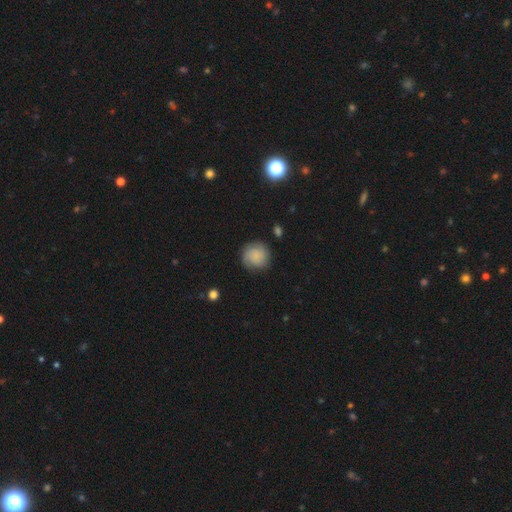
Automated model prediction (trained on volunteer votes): This is likely a smooth galaxy (77%). How rounded: clearly round (91%). Merging: clearly none (80%).